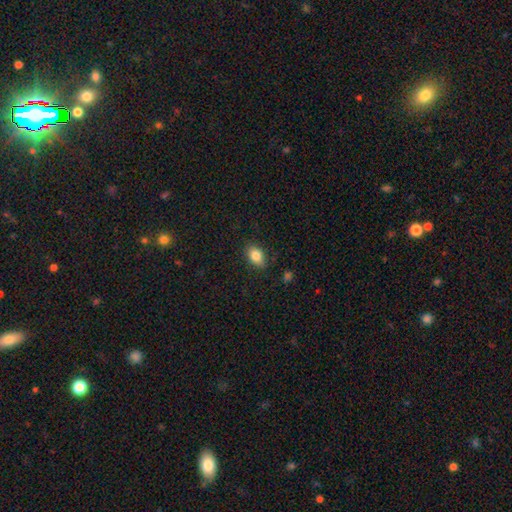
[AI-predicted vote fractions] A smooth galaxy with no disk features (84%) that is in between round and cigar-shaped (85%).

Vote fractions:
- Smooth or featured? smooth: 84% / star or artifact: 8% / featured or disk: 8%
- How rounded? in between: 85% / round: 13% / cigar-shaped: 2%
- Merging? none: 84% / minor disturbance: 12% / major disturbance: 3% / merger: 1%